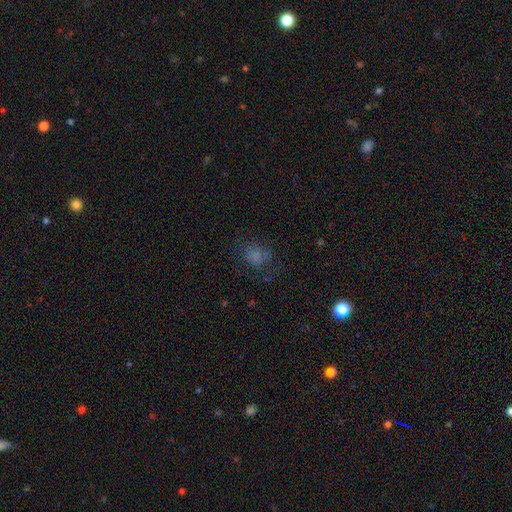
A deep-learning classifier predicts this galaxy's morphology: type=smooth (66%); roundness=round (62%); merging=none (59%).